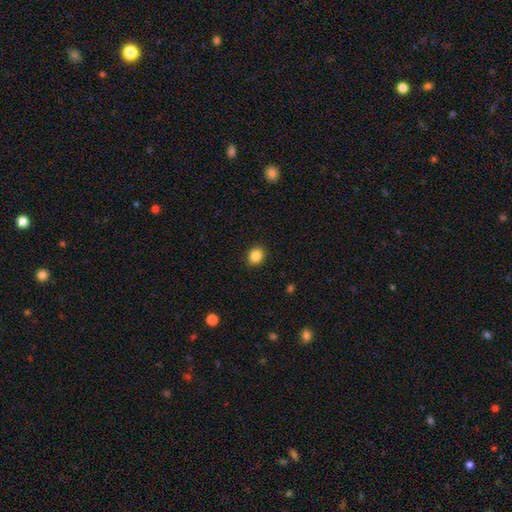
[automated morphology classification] A smooth galaxy with no disk features (86%) that is round (62%).

Vote fractions:
- Smooth or featured? smooth: 86% / star or artifact: 10% / featured or disk: 4%
- How rounded? round: 62% / in between: 37% / cigar-shaped: 1%
- Merging? none: 91% / minor disturbance: 6% / major disturbance: 2% / merger: 1%